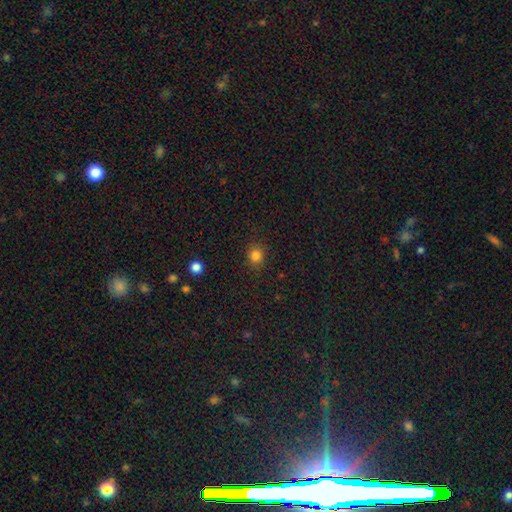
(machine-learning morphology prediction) This appears to be a smooth galaxy with no disk features (82%) that is round (82%). Merging: none (88%).